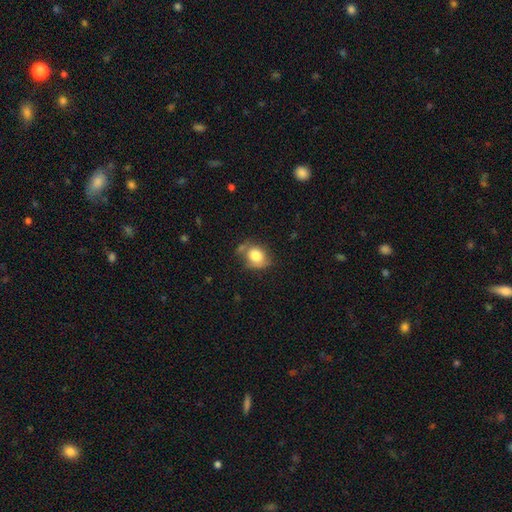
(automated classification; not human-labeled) A smooth galaxy with no disk features (80%) that is round (57%). Merging: none (55%).